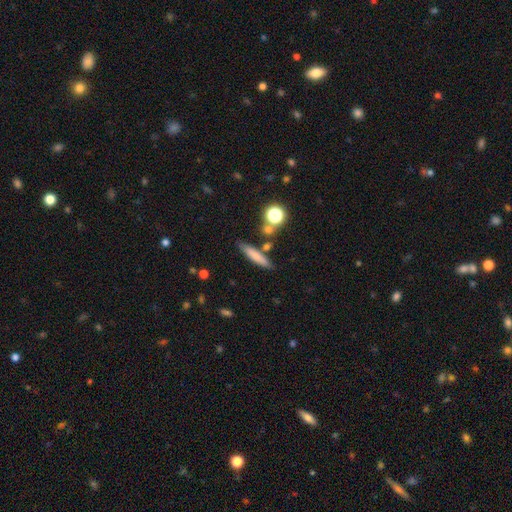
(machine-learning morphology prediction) This appears to be a smooth galaxy with no disk features (74%) that is cigar-shaped (84%). Merging: none (78%).